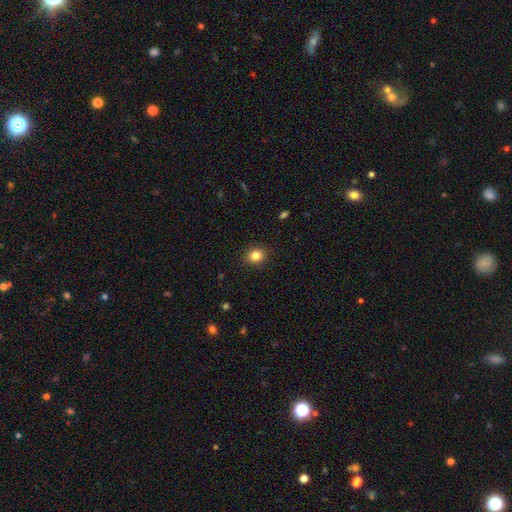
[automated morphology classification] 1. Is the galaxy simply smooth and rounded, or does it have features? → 84% smooth, 11% star or artifact, 5% featured or disk.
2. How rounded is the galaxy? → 64% round, 35% in between, 1% cigar-shaped.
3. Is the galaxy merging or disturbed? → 90% none, 7% minor disturbance, 2% major disturbance, 1% merger.